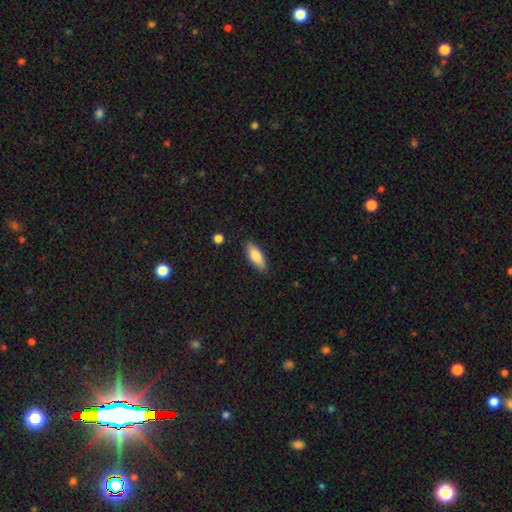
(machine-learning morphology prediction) type=smooth (81%); roundness=in between (63%); merging=none (87%).